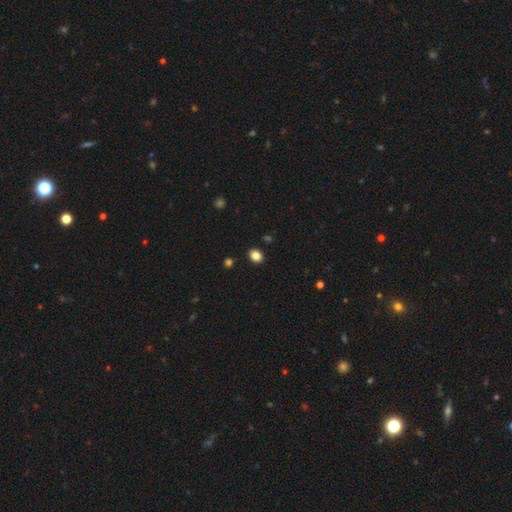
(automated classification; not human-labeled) Q: Smooth or featured?
A: smooth (85%); runner-up: star or artifact (11%)
Q: How rounded?
A: in between (56%); runner-up: round (43%)
Q: Merging?
A: none (89%); runner-up: minor disturbance (7%)